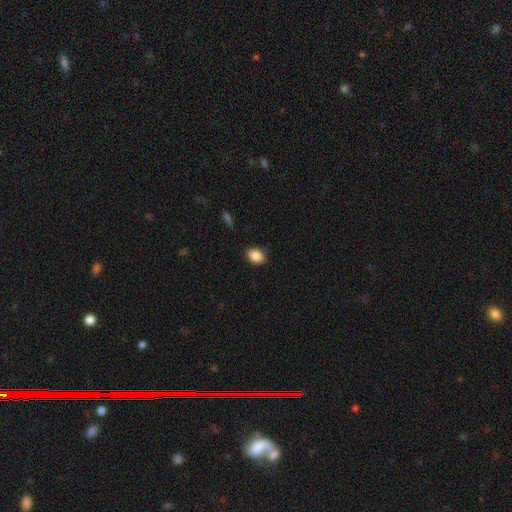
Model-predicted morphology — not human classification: smooth 87%, star or artifact 8%, featured or disk 4%. Down the decision tree: how rounded — in between (72%); merging — none (85%).